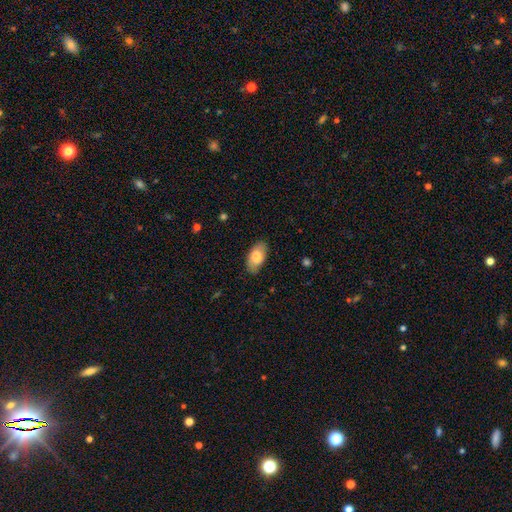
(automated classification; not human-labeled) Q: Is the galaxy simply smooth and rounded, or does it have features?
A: smooth — 75%.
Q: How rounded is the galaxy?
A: in between — 94%.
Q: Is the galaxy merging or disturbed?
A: none — 84%.